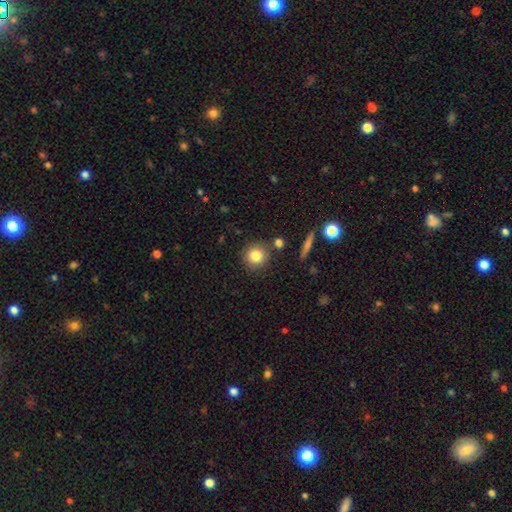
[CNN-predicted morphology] Q: Smooth or featured?
A: smooth (83%); runner-up: star or artifact (10%)
Q: How rounded?
A: round (92%); runner-up: in between (7%)
Q: Merging?
A: none (82%); runner-up: minor disturbance (9%)